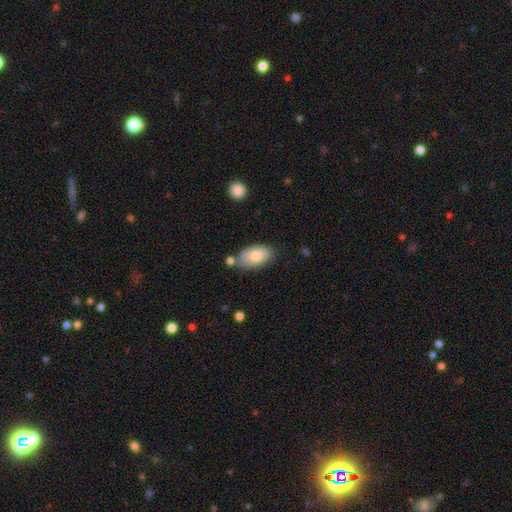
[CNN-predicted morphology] A smooth galaxy with no disk features (77%) that is in between round and cigar-shaped (94%).

Vote fractions:
- Smooth or featured? smooth: 77% / featured or disk: 17% / star or artifact: 6%
- How rounded? in between: 94% / round: 4% / cigar-shaped: 2%
- Merging? none: 67% / minor disturbance: 20% / merger: 9% / major disturbance: 4%